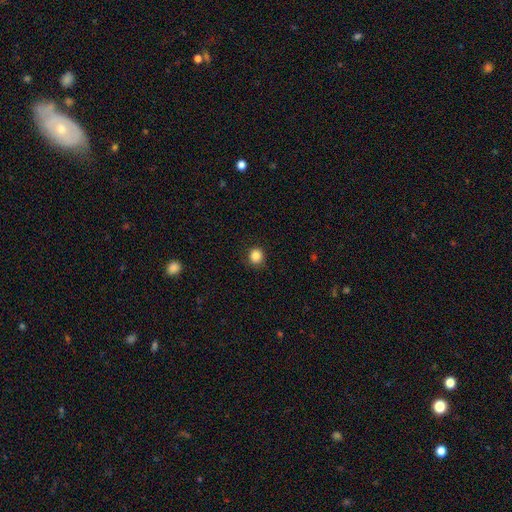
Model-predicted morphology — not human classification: Overall: smooth (86%). How rounded: round (88%). Merging: none (88%).